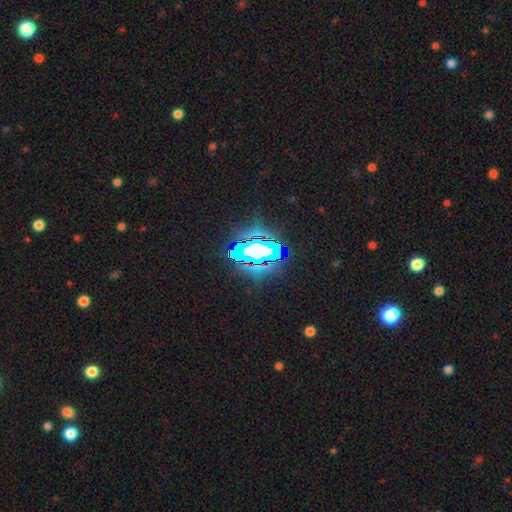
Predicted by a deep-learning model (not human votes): Overall: star or artifact (62%).